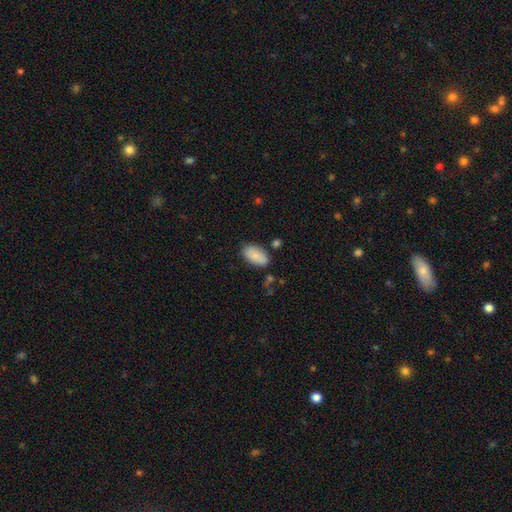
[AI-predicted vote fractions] Q: Smooth or featured?
A: smooth (86%); runner-up: featured or disk (7%)
Q: How rounded?
A: in between (94%); runner-up: round (3%)
Q: Merging?
A: none (79%); runner-up: minor disturbance (14%)